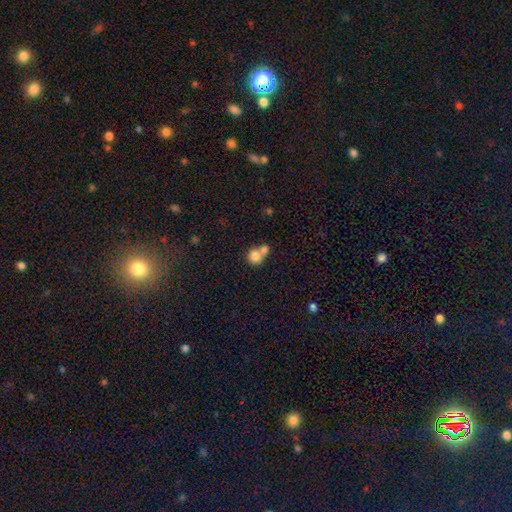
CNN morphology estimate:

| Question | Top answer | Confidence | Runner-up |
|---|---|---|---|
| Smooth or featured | smooth | 80% | featured or disk (11%) |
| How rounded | round | 83% | in between (16%) |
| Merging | merger | 60% | none (31%) |